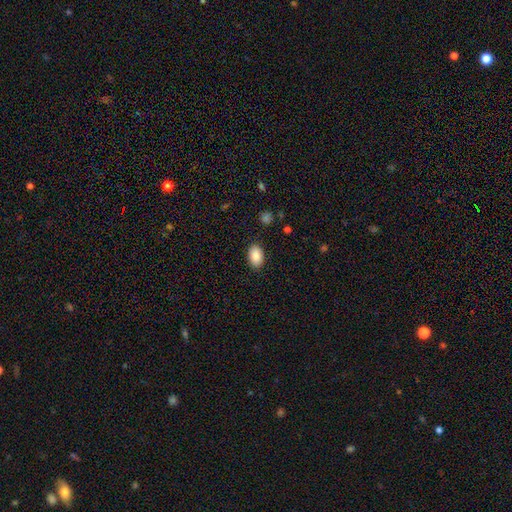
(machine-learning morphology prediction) Overall: smooth (87%). How rounded: in between (89%). Merging: none (88%).